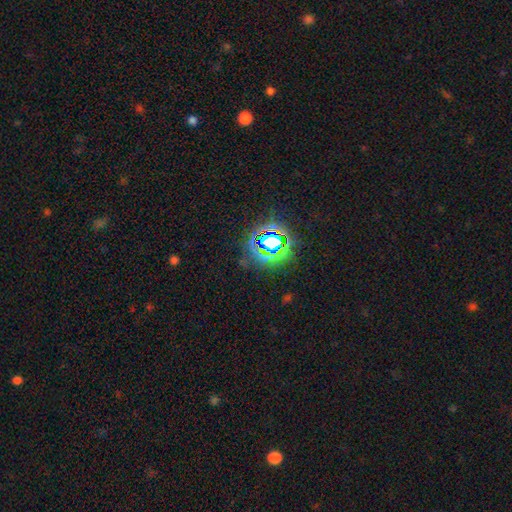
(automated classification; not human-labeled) Overall: star or artifact (79%).